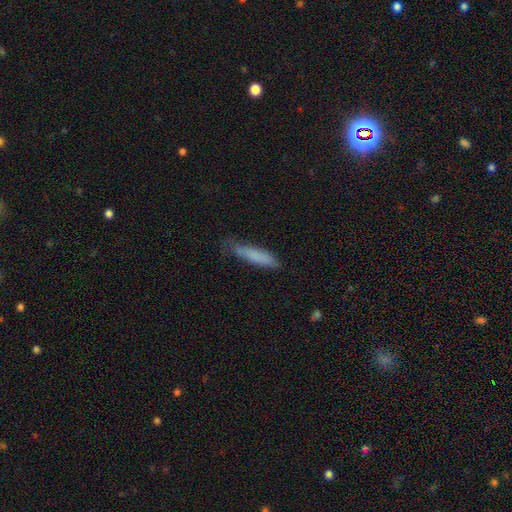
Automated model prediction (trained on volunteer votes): The model was most divided on "merging": none: 65%, minor disturbance: 27%, major disturbance: 6%, merger: 2%. More confident: how rounded — cigar-shaped (80%); smooth or featured — smooth (76%).